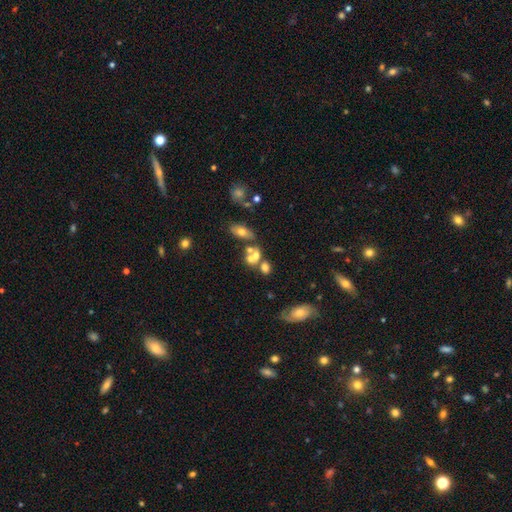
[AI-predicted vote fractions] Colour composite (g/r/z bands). It shows a smooth galaxy with no disk features (59%) that is in between round and cigar-shaped (55%). Merging: merger (52%).